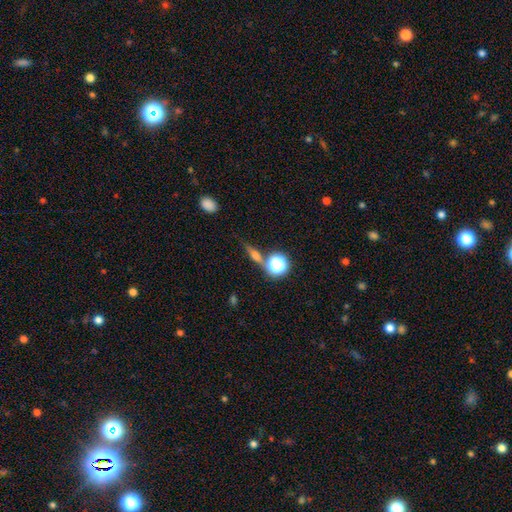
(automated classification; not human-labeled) Smooth or featured? smooth (45%)
Merging? none (69%)